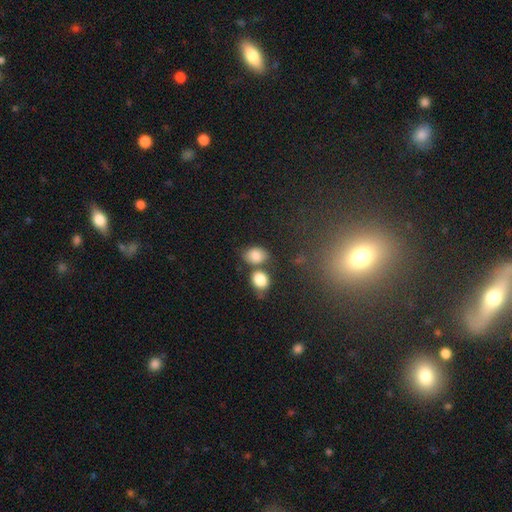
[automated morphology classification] Overall: smooth (83%). How rounded: in between (67%; round 31%). Merging: none (51%; merger 28%).